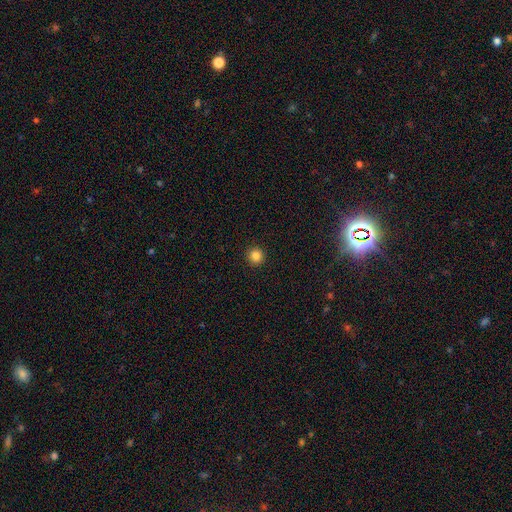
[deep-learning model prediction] This is clearly a smooth galaxy (84%). How rounded: clearly round (95%). Merging: clearly none (93%).